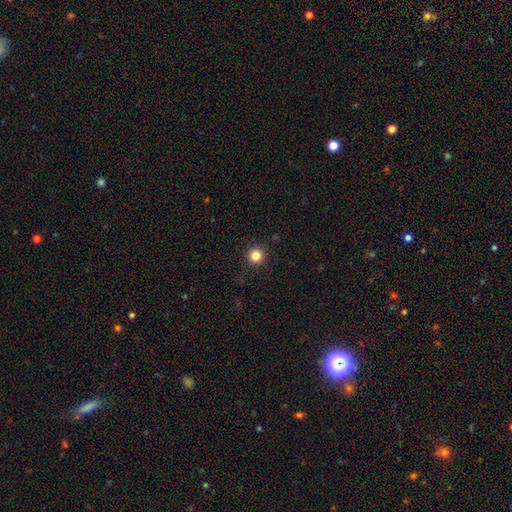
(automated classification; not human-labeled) smooth_or_featured: smooth (p=0.84) [alt: star or artifact p=0.12]
how_rounded: round (p=0.96) [alt: in between p=0.04]
merging: none (p=0.92) [alt: minor disturbance p=0.05]